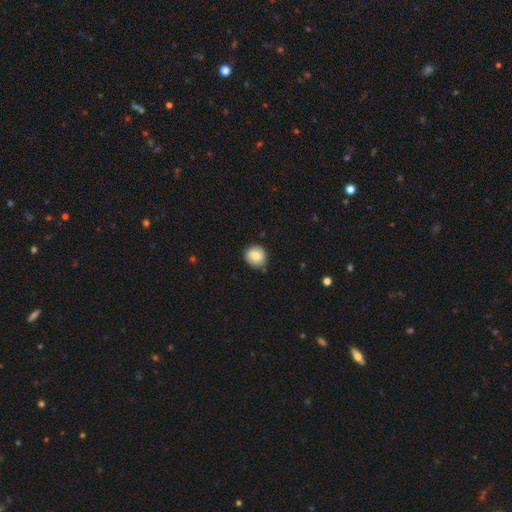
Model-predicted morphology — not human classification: Smooth or featured? smooth (70%)
How rounded? round (86%)
Merging? none (80%)